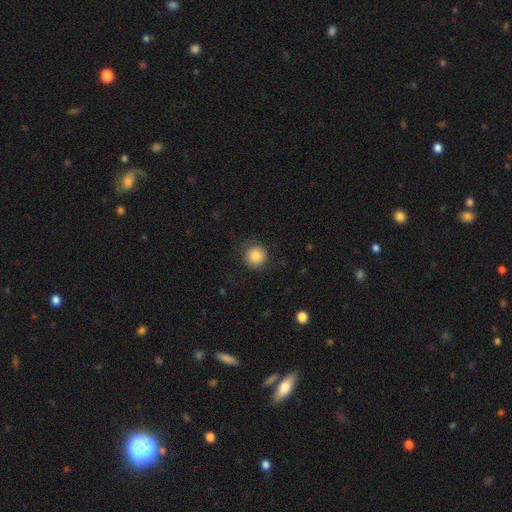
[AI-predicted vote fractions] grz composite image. It shows a smooth galaxy with no disk features (86%) that is round (94%). Merging: none (86%).